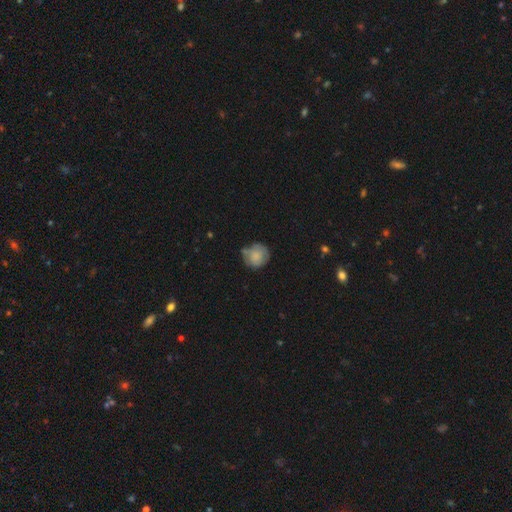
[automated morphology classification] This is likely a smooth galaxy (74%). How rounded: clearly round (88%). Merging: possibly none (59%).